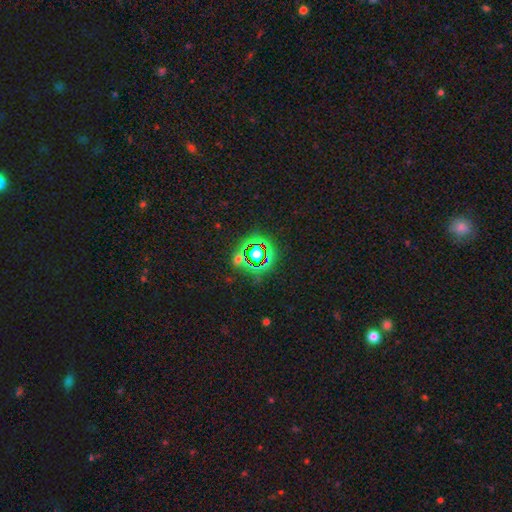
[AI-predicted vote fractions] Smooth or featured? star or artifact (70%)